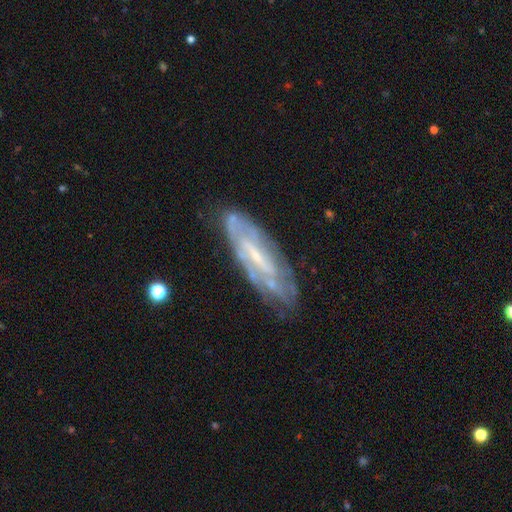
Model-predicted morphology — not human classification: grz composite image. It shows a featured or disk galaxy (74%) with a weak bar (40%), spiral arms (68%) and a small central bulge (59%). Merging: none (69%).